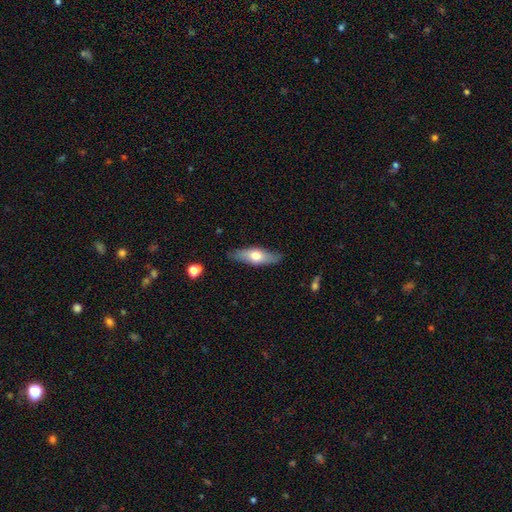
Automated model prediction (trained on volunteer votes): A smooth galaxy with no disk features (56%) that is in between round and cigar-shaped (56%).

Vote fractions:
- Smooth or featured? smooth: 56% / featured or disk: 38% / star or artifact: 6%
- How rounded? in between: 56% / cigar-shaped: 40% / round: 3%
- Merging? none: 82% / minor disturbance: 14% / major disturbance: 3% / merger: 1%